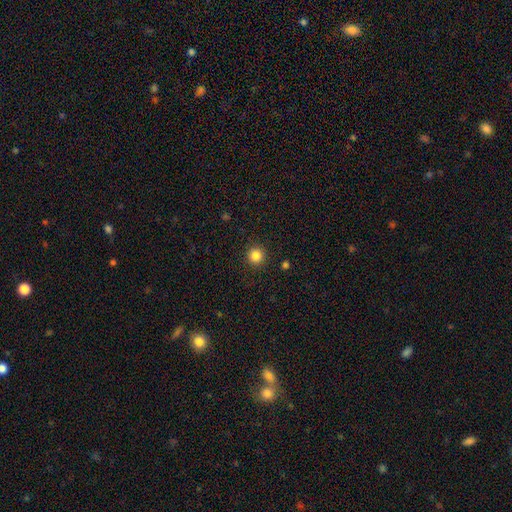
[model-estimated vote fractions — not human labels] Morphology: type=smooth (84%); roundness=round (95%); merging=none (92%).